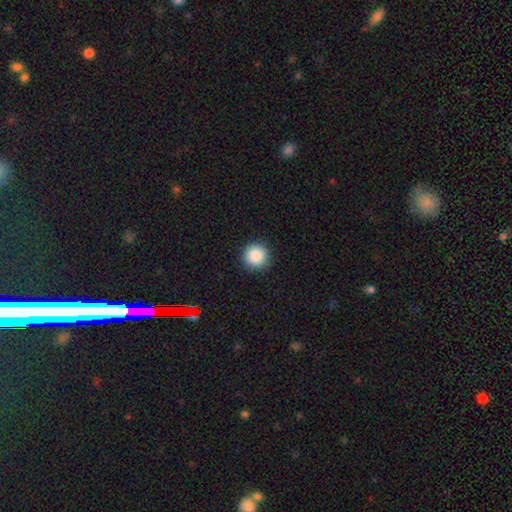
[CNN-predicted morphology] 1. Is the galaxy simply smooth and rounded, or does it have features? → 88% smooth, 9% star or artifact, 3% featured or disk.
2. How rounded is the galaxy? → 96% round, 3% in between, 1% cigar-shaped.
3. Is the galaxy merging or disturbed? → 92% none, 5% minor disturbance, 2% major disturbance, 1% merger.